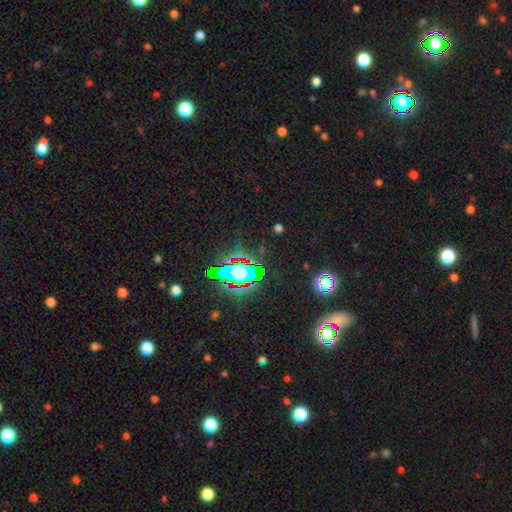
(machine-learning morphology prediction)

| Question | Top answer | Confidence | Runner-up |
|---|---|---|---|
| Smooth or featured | star or artifact | 80% | smooth (11%) |